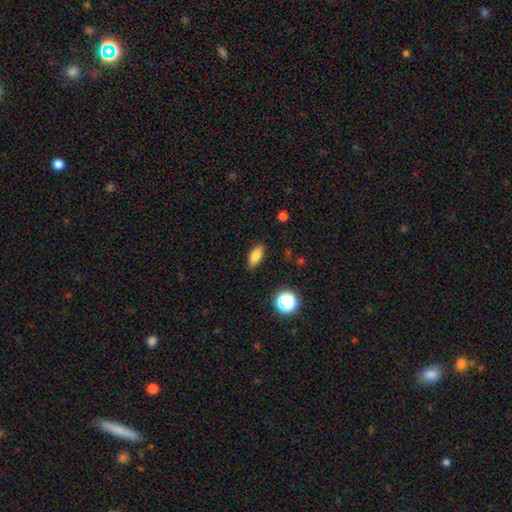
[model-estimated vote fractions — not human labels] A smooth galaxy with no disk features (81%) that is in between round and cigar-shaped (78%).

Vote fractions:
- Smooth or featured? smooth: 81% / star or artifact: 10% / featured or disk: 9%
- How rounded? in between: 78% / cigar-shaped: 17% / round: 5%
- Merging? none: 87% / minor disturbance: 9% / major disturbance: 2% / merger: 1%